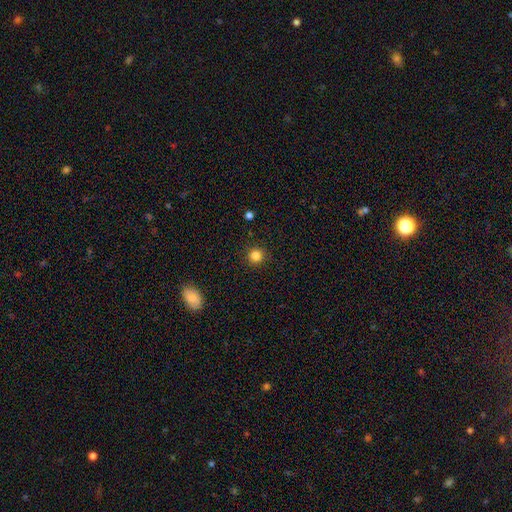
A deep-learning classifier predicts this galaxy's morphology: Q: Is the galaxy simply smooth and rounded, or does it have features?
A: smooth — 83%.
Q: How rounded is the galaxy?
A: round — 94%.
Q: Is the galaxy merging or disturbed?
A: none — 91%.